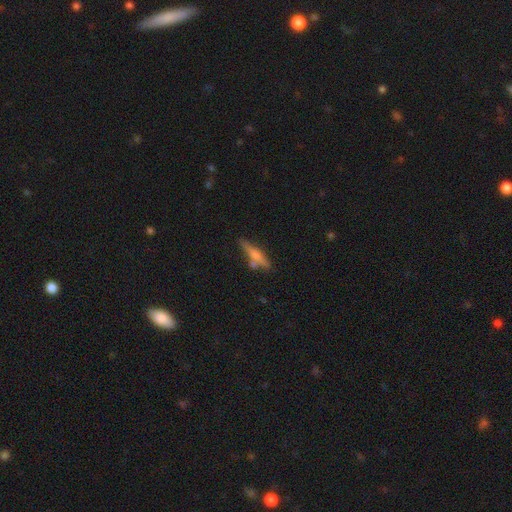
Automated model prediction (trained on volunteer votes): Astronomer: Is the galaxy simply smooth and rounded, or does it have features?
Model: featured or disk — 49% (runner-up: smooth, 44%).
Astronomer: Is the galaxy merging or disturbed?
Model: none — 66%.